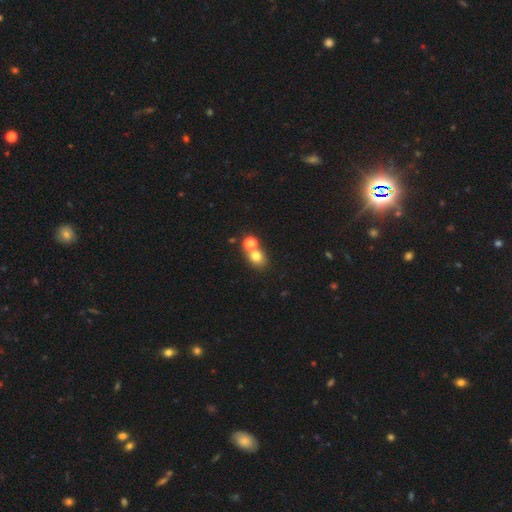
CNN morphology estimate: Q: Smooth or featured?
A: smooth (75%); runner-up: star or artifact (14%)
Q: How rounded?
A: round (67%); runner-up: in between (32%)
Q: Merging?
A: none (45%); tied with: merger (45%)